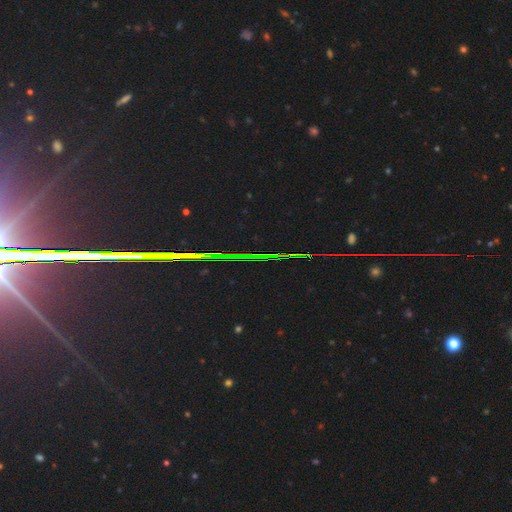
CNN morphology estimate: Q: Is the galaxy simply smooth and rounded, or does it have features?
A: star or artifact — 86%.